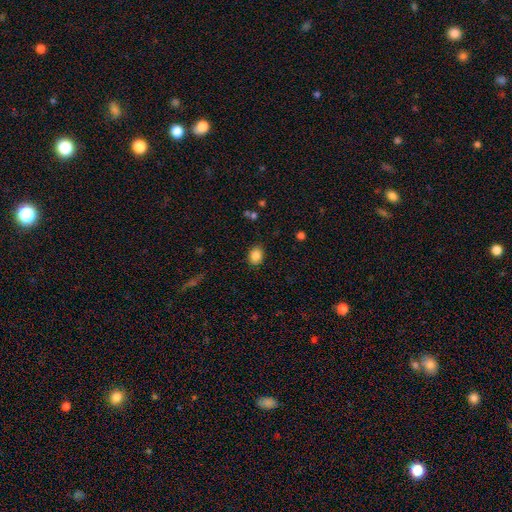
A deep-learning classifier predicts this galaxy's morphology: smooth_or_featured: smooth (p=0.87) [alt: star or artifact p=0.09]
how_rounded: round (p=0.50) [alt: in between p=0.49]
merging: none (p=0.86) [alt: minor disturbance p=0.10]